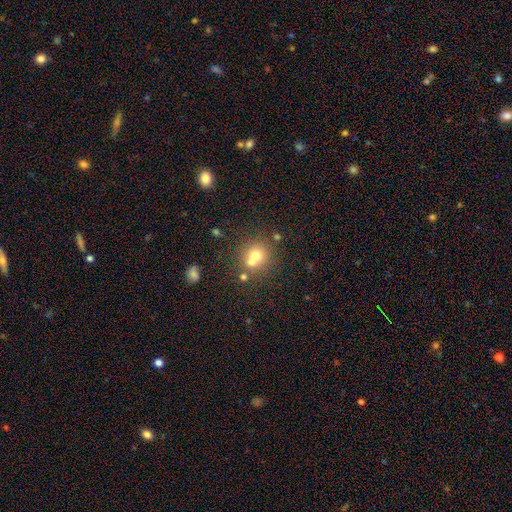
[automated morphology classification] Q: Smooth or featured?
A: smooth (66%); runner-up: featured or disk (20%)
Q: How rounded?
A: round (84%); runner-up: in between (15%)
Q: Merging?
A: none (46%); runner-up: merger (42%)